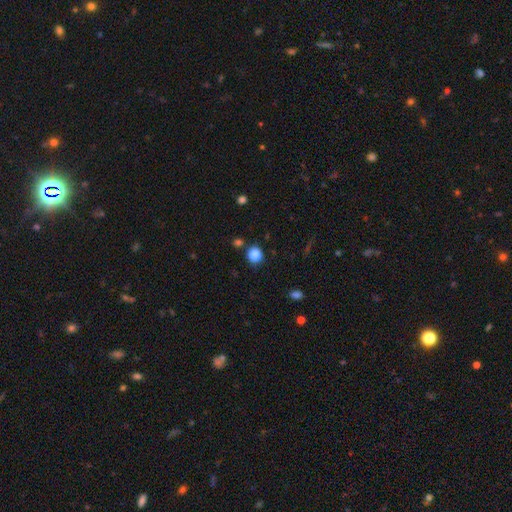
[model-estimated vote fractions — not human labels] The model was most divided on "smooth or featured": smooth: 86%, star or artifact: 11%, featured or disk: 4%. More confident: how rounded — round (88%); merging — none (84%).